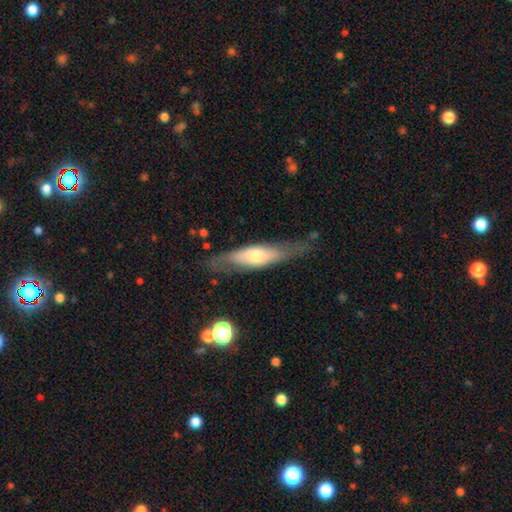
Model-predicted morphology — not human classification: smooth_or_featured: featured or disk (p=0.47) [alt: smooth p=0.46]
merging: none (p=0.73) [alt: minor disturbance p=0.18]